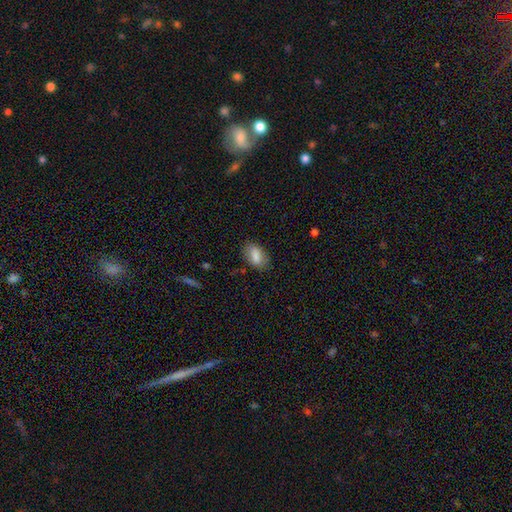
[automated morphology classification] The model was most divided on "merging": none: 78%, minor disturbance: 17%, major disturbance: 4%, merger: 2%. More confident: how rounded — in between (89%); smooth or featured — smooth (83%).